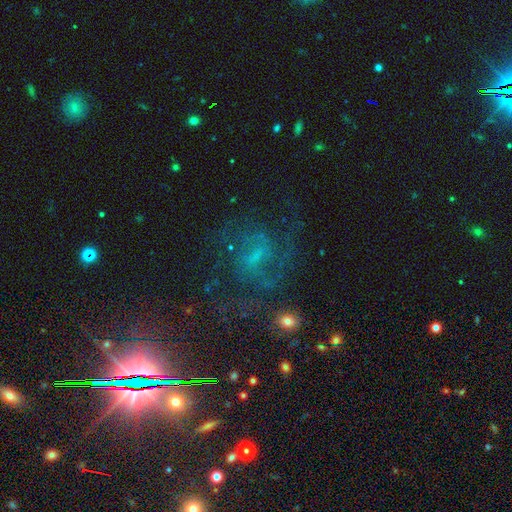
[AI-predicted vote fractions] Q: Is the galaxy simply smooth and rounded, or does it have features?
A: featured or disk — 61%.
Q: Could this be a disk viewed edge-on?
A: no — 96%.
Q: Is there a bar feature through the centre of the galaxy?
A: weak — 49%.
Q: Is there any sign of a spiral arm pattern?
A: yes — 84%.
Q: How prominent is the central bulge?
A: small — 38%.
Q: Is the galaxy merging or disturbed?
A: none — 60%.